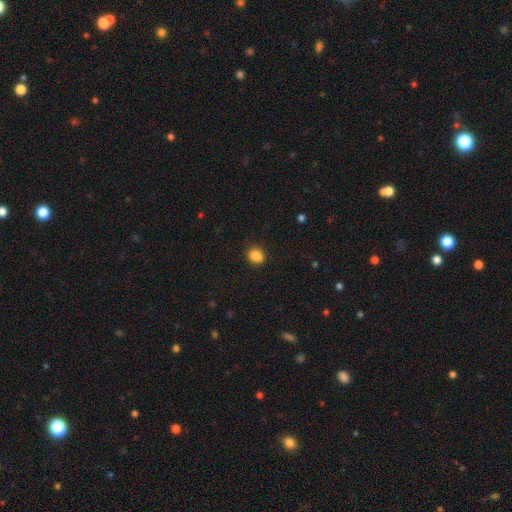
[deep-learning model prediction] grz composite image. It shows a smooth galaxy with no disk features (86%) that is round (61%). Merging: none (85%).